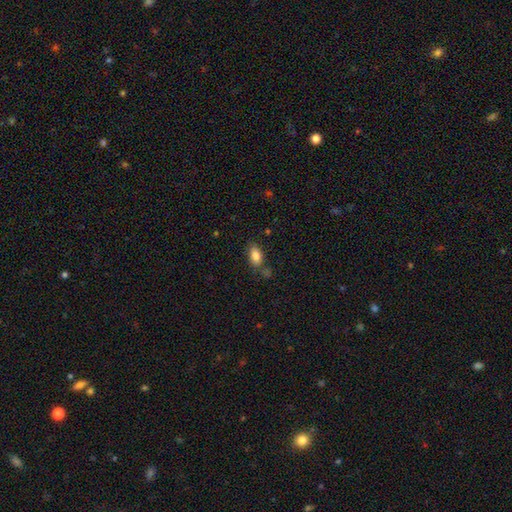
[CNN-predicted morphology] A smooth galaxy with no disk features (84%) that is in between round and cigar-shaped (90%).

Vote fractions:
- Smooth or featured? smooth: 84% / featured or disk: 8% / star or artifact: 8%
- How rounded? in between: 90% / round: 5% / cigar-shaped: 5%
- Merging? none: 71% / minor disturbance: 15% / merger: 10% / major disturbance: 4%